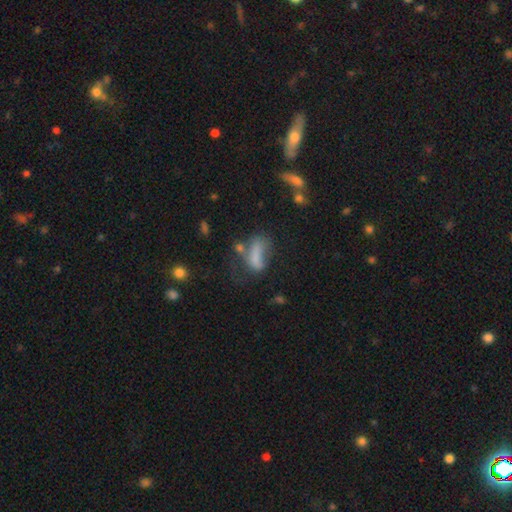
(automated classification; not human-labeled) Smooth or featured? Predicted: smooth (p=0.64). How rounded? Predicted: in between (p=0.75). Merging? Predicted: major disturbance (p=0.37).